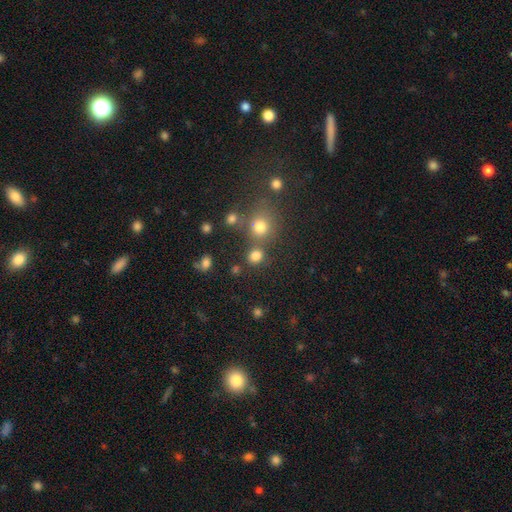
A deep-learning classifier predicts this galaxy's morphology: This appears to be a smooth galaxy with no disk features (78%) that is round (85%). Merging: none (68%).